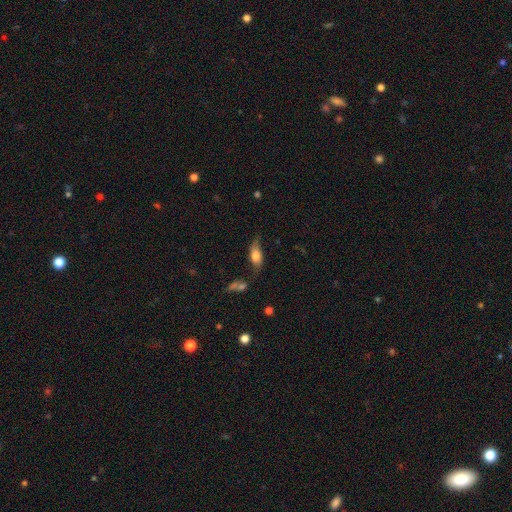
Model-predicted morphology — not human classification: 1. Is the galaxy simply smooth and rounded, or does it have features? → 58% smooth, 34% featured or disk, 8% star or artifact.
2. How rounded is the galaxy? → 77% in between, 18% cigar-shaped, 5% round.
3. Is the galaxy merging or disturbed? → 53% none, 28% minor disturbance, 12% major disturbance, 7% merger.